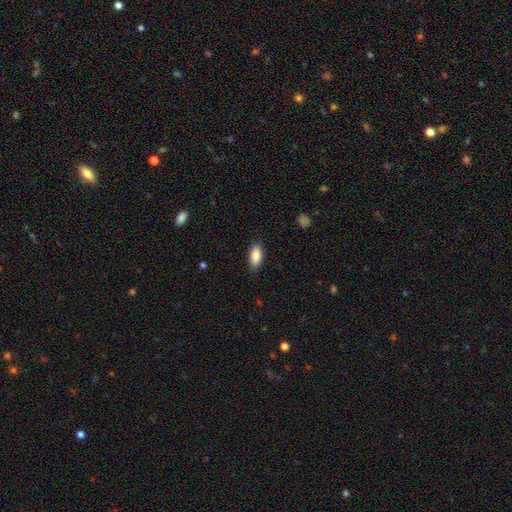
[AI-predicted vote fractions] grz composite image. It shows a smooth galaxy with no disk features (87%) that is in between round and cigar-shaped (89%). Merging: none (85%).